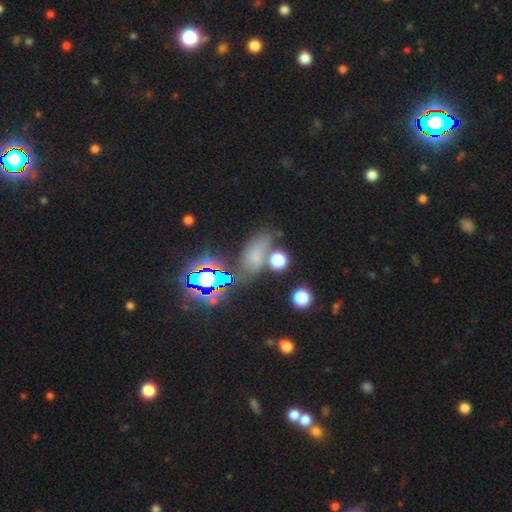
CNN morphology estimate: The model was most divided on "smooth or featured": smooth: 53%, star or artifact: 30%, featured or disk: 17%. More confident: how rounded — in between (79%); merging — none (52%).